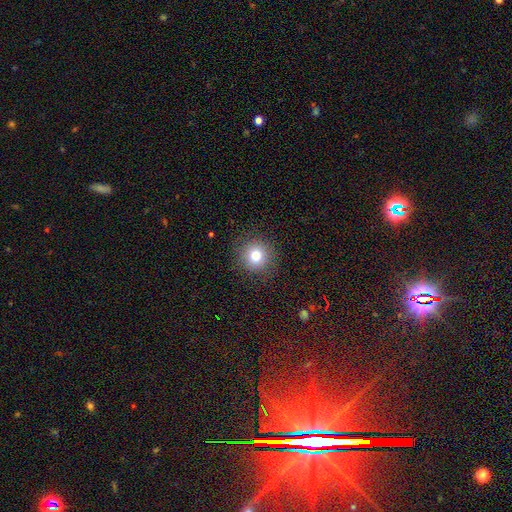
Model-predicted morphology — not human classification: smooth 80%, star or artifact 12%, featured or disk 8%. Down the decision tree: how rounded — round (91%); merging — none (89%).